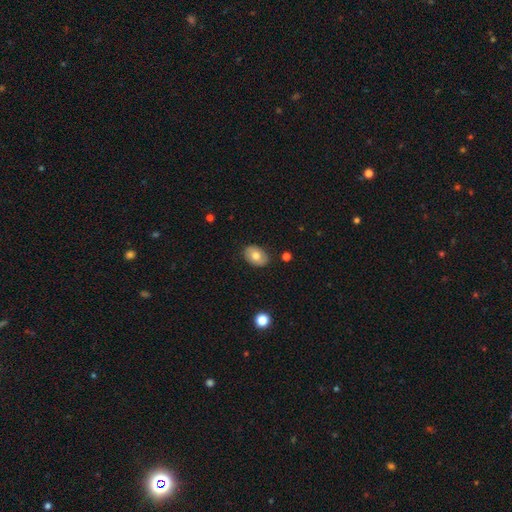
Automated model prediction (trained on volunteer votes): Smooth or featured?
  - smooth: 71% *
  - featured or disk: 21%
  - star or artifact: 7%
How rounded?
  - in between: 80% *
  - round: 19%
  - cigar-shaped: 1%
Merging?
  - none: 84% *
  - minor disturbance: 12%
  - major disturbance: 2%
  - merger: 1%